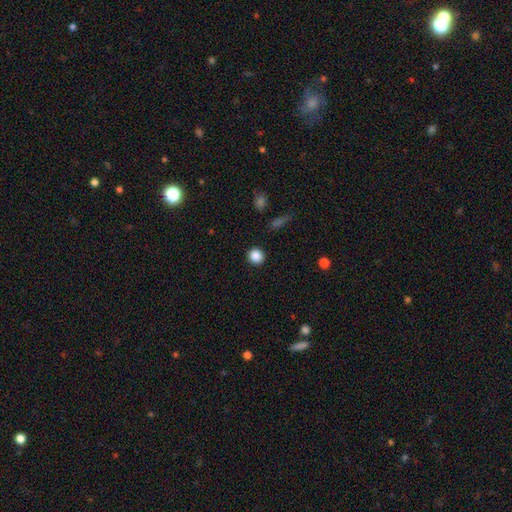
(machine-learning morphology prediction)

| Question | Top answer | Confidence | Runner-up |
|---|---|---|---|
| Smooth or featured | smooth | 87% | star or artifact (10%) |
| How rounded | round | 91% | in between (8%) |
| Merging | none | 92% | minor disturbance (5%) |